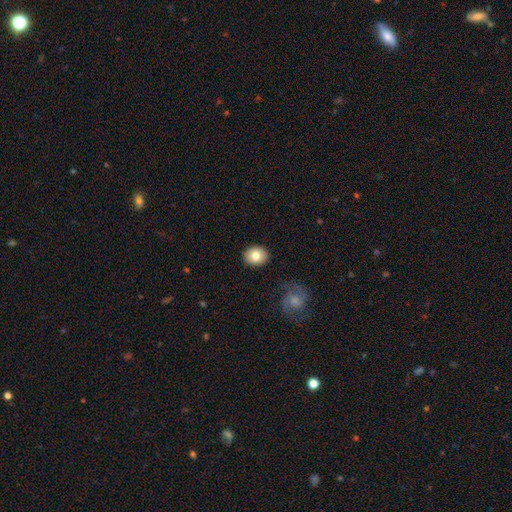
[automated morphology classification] Smooth or featured?
  - smooth: 80% *
  - featured or disk: 13%
  - star or artifact: 8%
How rounded?
  - round: 67% *
  - in between: 32%
  - cigar-shaped: 1%
Merging?
  - none: 87% *
  - minor disturbance: 8%
  - major disturbance: 2%
  - merger: 2%